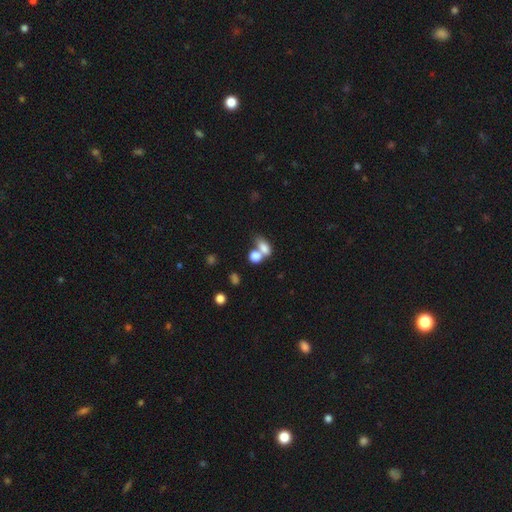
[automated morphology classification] This appears to be a smooth galaxy with no disk features (79%) that is in between round and cigar-shaped (71%). Merging: merger (60%).